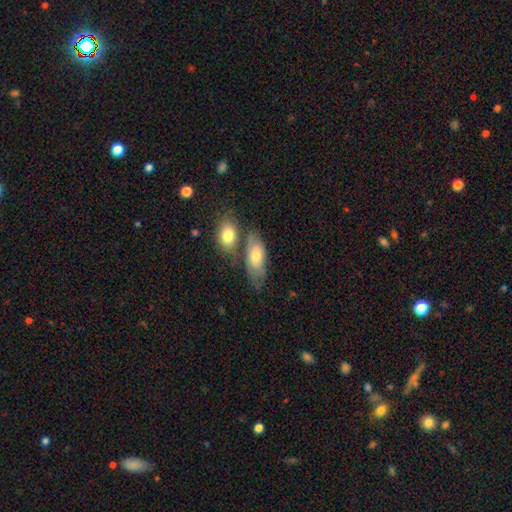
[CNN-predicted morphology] Smooth or featured? smooth (69%)
How rounded? in between (85%)
Merging? none (45%)